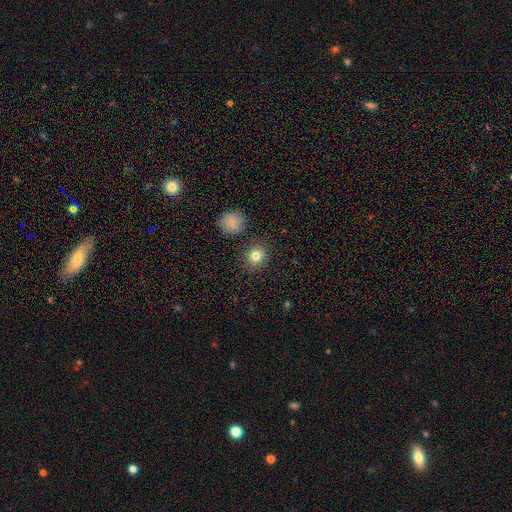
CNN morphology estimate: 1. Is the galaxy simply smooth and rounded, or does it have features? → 80% smooth, 12% star or artifact, 8% featured or disk.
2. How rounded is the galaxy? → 80% round, 19% in between, 1% cigar-shaped.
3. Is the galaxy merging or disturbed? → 87% none, 8% minor disturbance, 3% merger, 3% major disturbance.